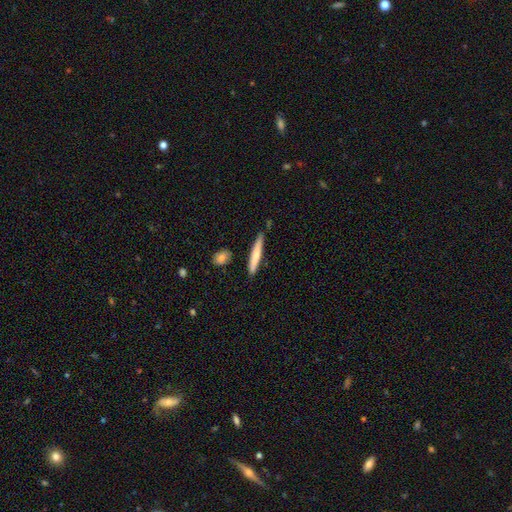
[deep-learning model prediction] Smooth or featured?
  - smooth: 68% *
  - featured or disk: 27%
  - star or artifact: 5%
How rounded?
  - cigar-shaped: 94% *
  - in between: 5%
  - round: 1%
Merging?
  - none: 81% *
  - minor disturbance: 14%
  - merger: 3%
  - major disturbance: 2%